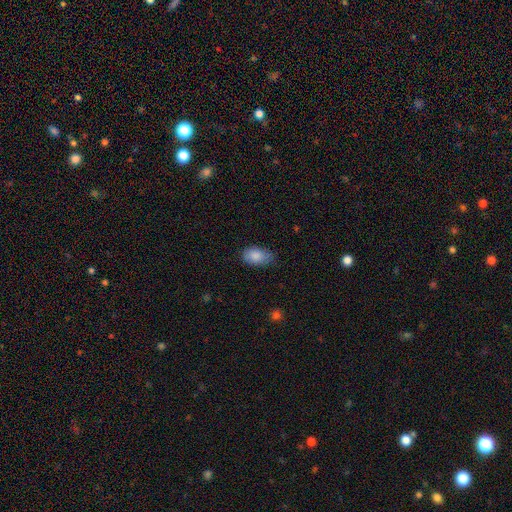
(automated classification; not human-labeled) Morphology: type=smooth (86%); roundness=in between (91%); merging=none (68%).